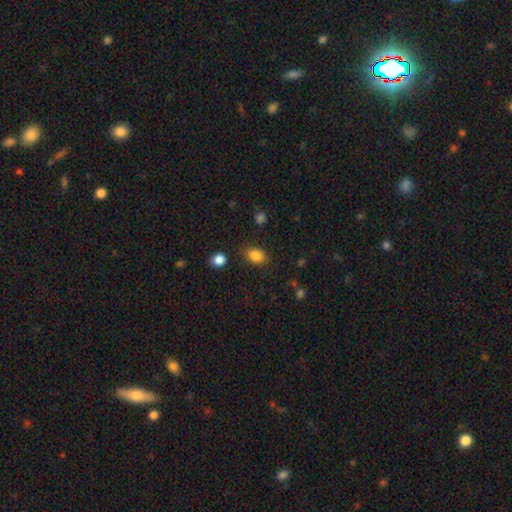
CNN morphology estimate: This is clearly a smooth galaxy (86%). How rounded: likely in between (75%). Merging: clearly none (82%).